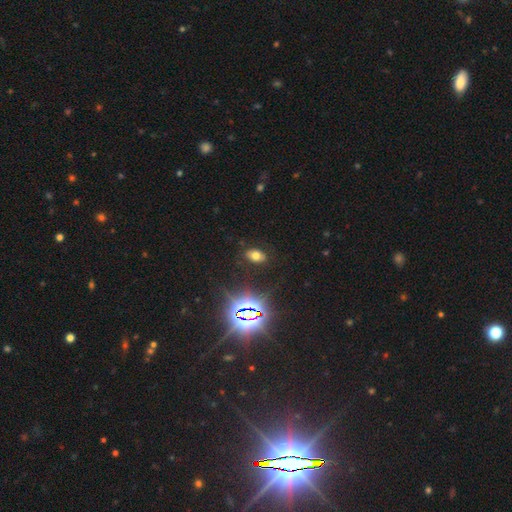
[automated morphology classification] Smooth or featured: smooth — 61% (star or artifact — 28%)
How rounded: in between — 88% (round — 11%)
Merging: none — 87% (minor disturbance — 9%)